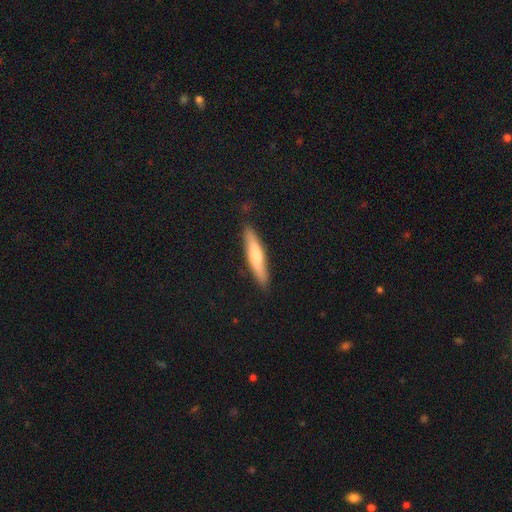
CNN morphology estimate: A smooth galaxy with no disk features (63%) that is cigar-shaped (88%). Merging: none (87%).